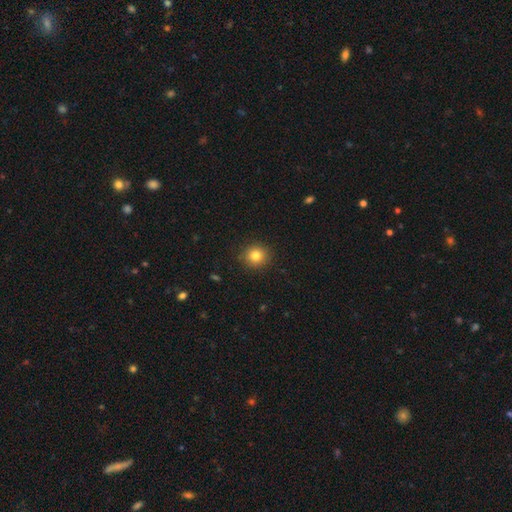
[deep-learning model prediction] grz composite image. It shows a smooth galaxy with no disk features (81%) that is round (92%). Merging: none (91%).